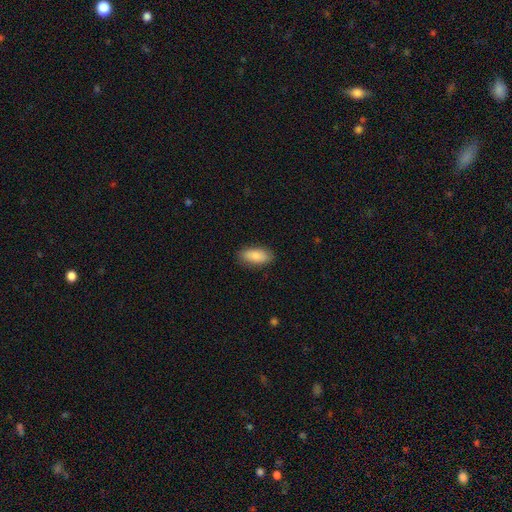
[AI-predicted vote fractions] smooth_or_featured: smooth (p=0.86) [alt: featured or disk p=0.08]
how_rounded: in between (p=0.90) [alt: cigar-shaped p=0.08]
merging: none (p=0.85) [alt: minor disturbance p=0.11]